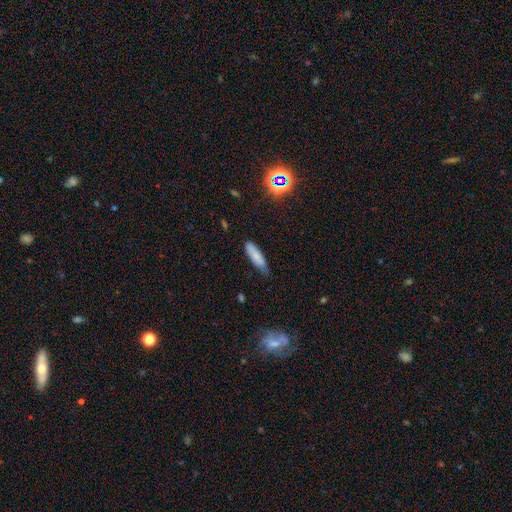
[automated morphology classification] The model was most divided on "how rounded": cigar-shaped: 58%, in between: 40%, round: 2%. More confident: smooth or featured — smooth (78%); merging — none (62%).